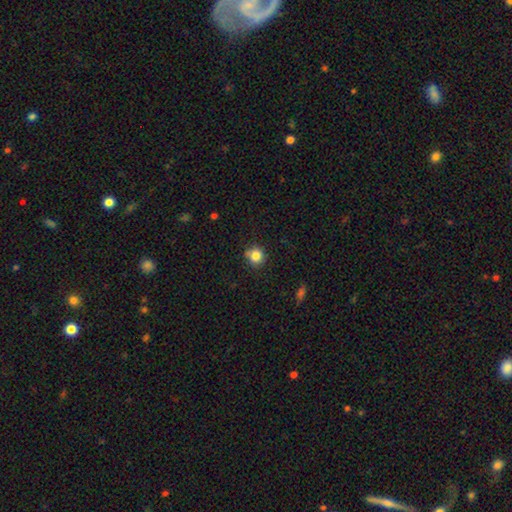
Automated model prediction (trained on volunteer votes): A smooth galaxy with no disk features (83%) that is round (90%). Merging: none (79%).